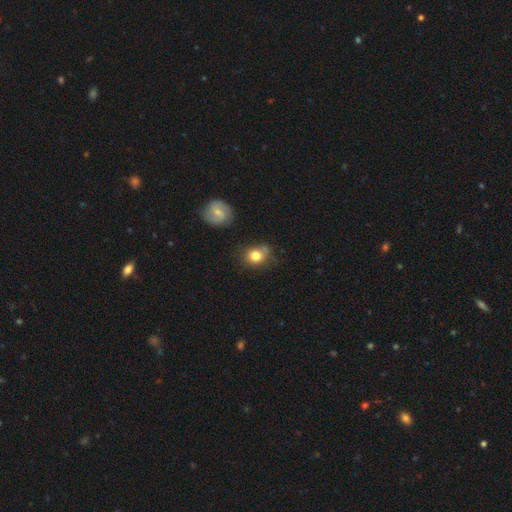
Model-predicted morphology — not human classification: This appears to be a smooth galaxy with no disk features (76%) that is round (64%). Merging: none (62%).